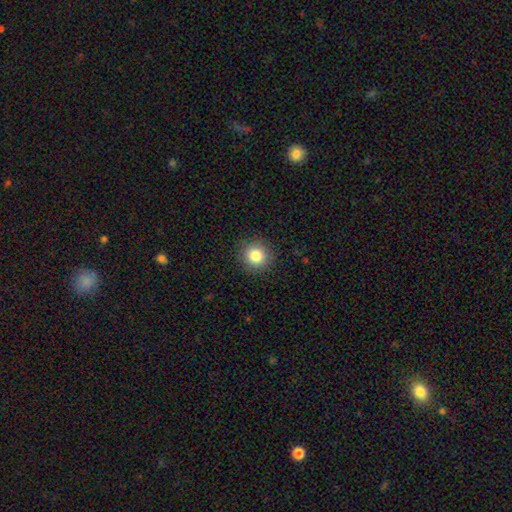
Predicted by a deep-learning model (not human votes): A smooth galaxy with no disk features (83%) that is round (93%). Merging: none (91%).